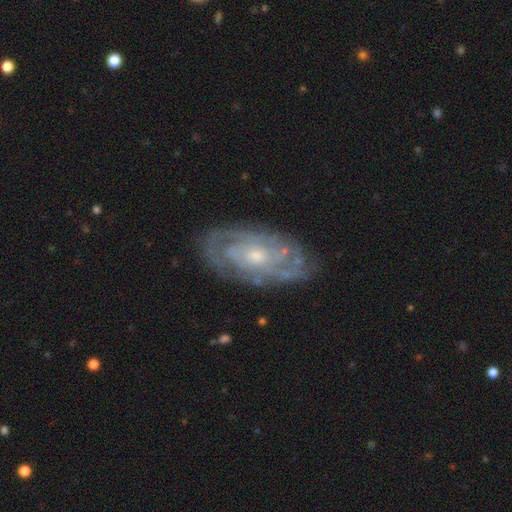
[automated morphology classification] Smooth or featured? featured or disk (83%)
Edge-on disk? no (94%)
Bar? no (75%)
Spiral arms? yes (87%)
Spiral winding? tight (65%)
Spiral arm count? can't tell (46%)
Bulge size? small (52%)
Merging? none (75%)